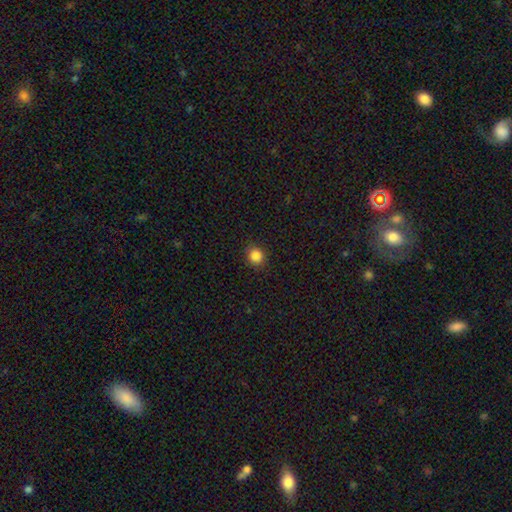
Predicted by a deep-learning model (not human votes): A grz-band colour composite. It shows a smooth galaxy with no disk features (86%) that is round (82%). Merging: none (89%).